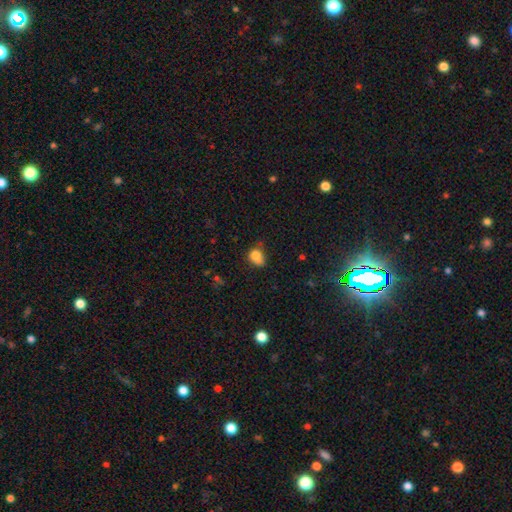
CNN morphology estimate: Smooth or featured?
  - smooth: 79% *
  - star or artifact: 11%
  - featured or disk: 10%
How rounded?
  - in between: 58% *
  - round: 41%
  - cigar-shaped: 1%
Merging?
  - none: 38% *
  - minor disturbance: 33%
  - major disturbance: 14%
  - merger: 14%